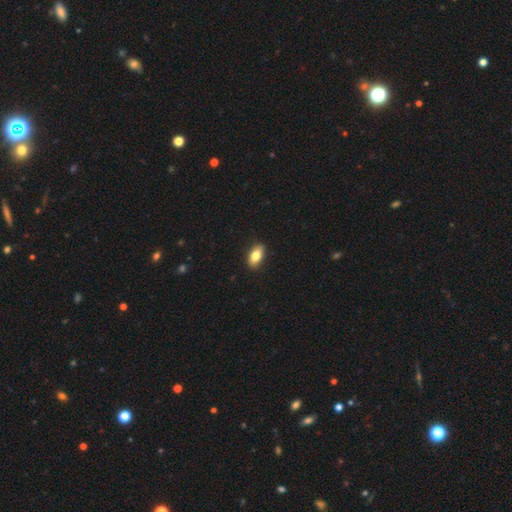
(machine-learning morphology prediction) Smooth or featured? smooth (78%)
How rounded? in between (88%)
Merging? none (88%)